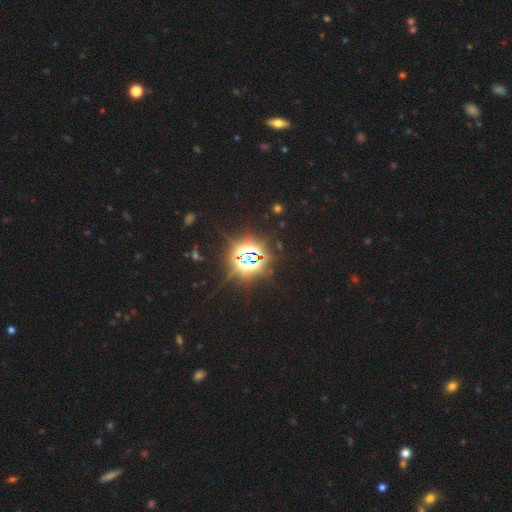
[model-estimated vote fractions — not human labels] This appears to be a star or artifact, not a galaxy (83%).